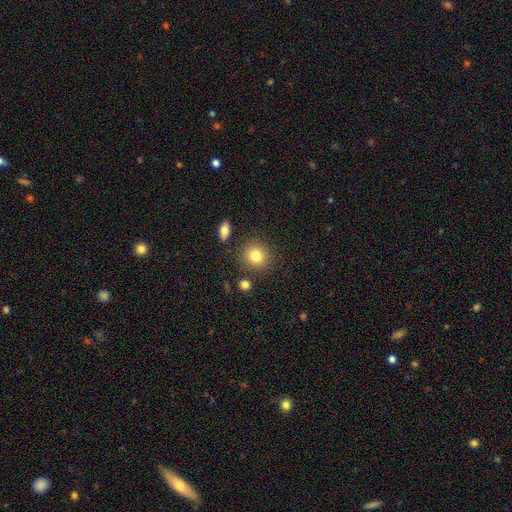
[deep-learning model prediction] Q: Smooth or featured?
A: smooth (82%); runner-up: star or artifact (10%)
Q: How rounded?
A: round (87%); runner-up: in between (12%)
Q: Merging?
A: none (85%); runner-up: minor disturbance (8%)